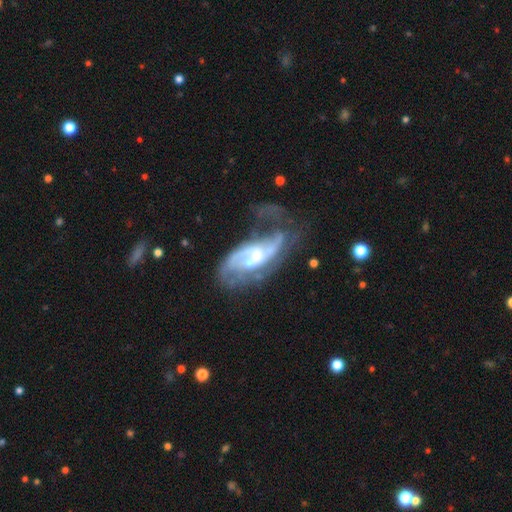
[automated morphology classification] Smooth or featured? Predicted: featured or disk (p=0.79). Edge-on disk? Predicted: no (p=0.94). Bar? Predicted: no (p=0.53). Spiral arms? Predicted: yes (p=0.80). Spiral winding? Predicted: loose (p=0.42). Spiral arm count? Predicted: 2 (p=0.49). Bulge size? Predicted: small (p=0.45). Merging? Predicted: major disturbance (p=0.40).